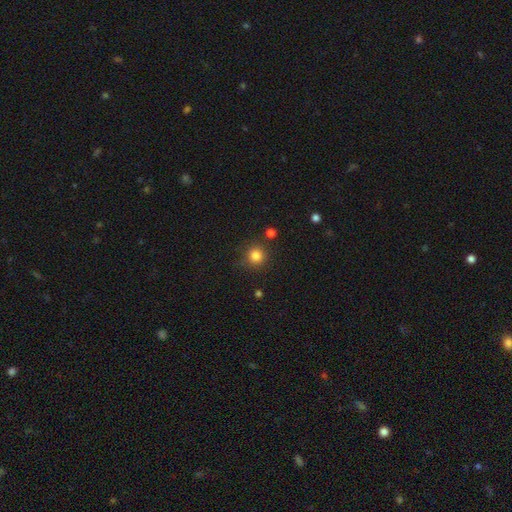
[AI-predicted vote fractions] A smooth galaxy with no disk features (82%) that is round (93%).

Vote fractions:
- Smooth or featured? smooth: 82% / star or artifact: 13% / featured or disk: 5%
- How rounded? round: 93% / in between: 6% / cigar-shaped: 1%
- Merging? none: 84% / minor disturbance: 9% / merger: 4% / major disturbance: 3%